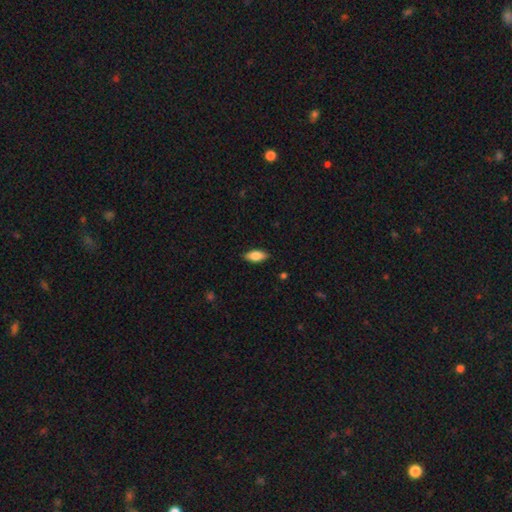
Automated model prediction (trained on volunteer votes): smooth-or-featured: smooth: 78% | featured or disk: 15% | star or artifact: 7%
  how-rounded: in between: 84% | cigar-shaped: 14% | round: 3%
  merging: none: 88% | minor disturbance: 9% | major disturbance: 2% | merger: 1%